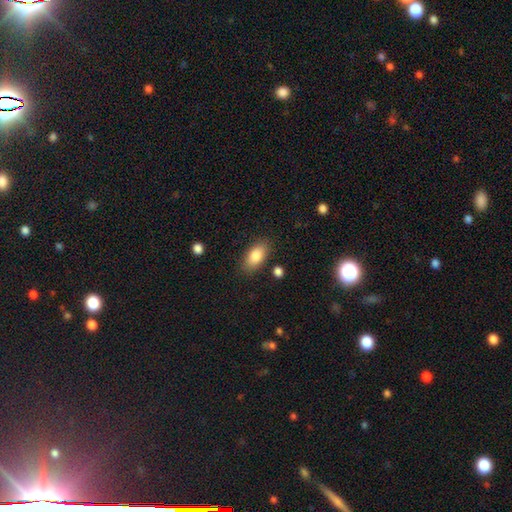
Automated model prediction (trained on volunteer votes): A smooth galaxy with no disk features (83%) that is in between round and cigar-shaped (90%).

Vote fractions:
- Smooth or featured? smooth: 83% / featured or disk: 10% / star or artifact: 7%
- How rounded? in between: 90% / cigar-shaped: 5% / round: 4%
- Merging? none: 85% / minor disturbance: 10% / major disturbance: 3% / merger: 2%